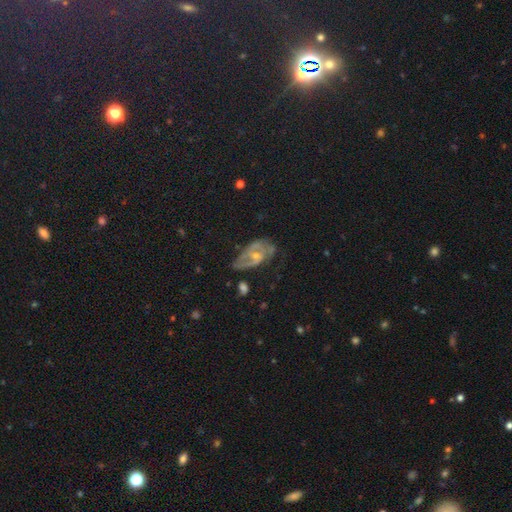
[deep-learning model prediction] Smooth or featured: featured or disk — 66% (smooth — 19%)
Edge-on disk: no — 94% (yes — 6%)
Bar: no — 60% (weak — 32%)
Spiral arms: yes — 78% (no — 22%)
Bulge size: small — 56% (moderate — 38%)
Merging: none — 54% (minor disturbance — 25%)